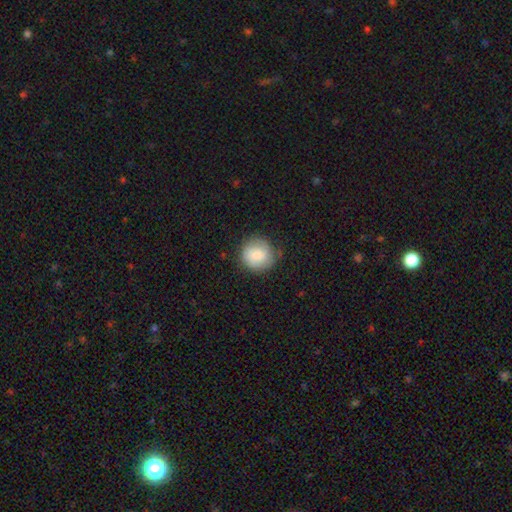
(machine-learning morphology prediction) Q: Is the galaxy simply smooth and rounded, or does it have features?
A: smooth — 78%.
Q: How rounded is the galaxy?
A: round — 90%.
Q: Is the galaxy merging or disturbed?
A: none — 74%.